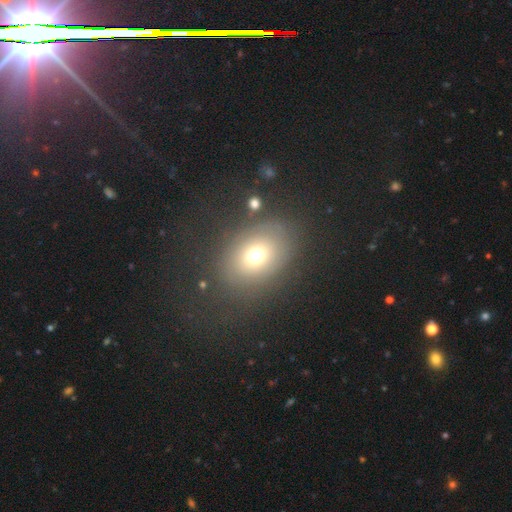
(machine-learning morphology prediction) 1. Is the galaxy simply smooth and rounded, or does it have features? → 64% smooth, 21% featured or disk, 15% star or artifact.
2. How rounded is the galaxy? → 58% in between, 41% round, 1% cigar-shaped.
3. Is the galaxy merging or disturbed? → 76% none, 13% minor disturbance, 9% major disturbance, 3% merger.